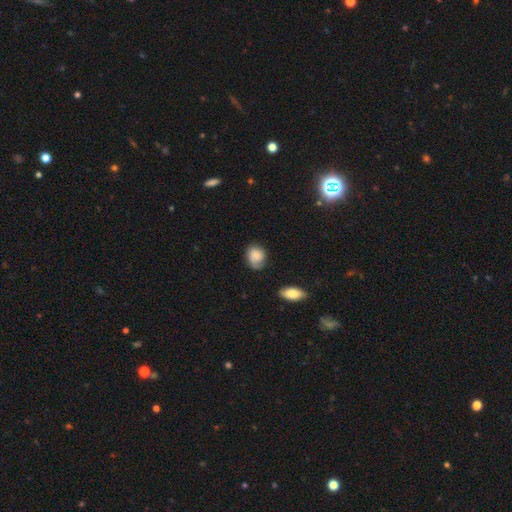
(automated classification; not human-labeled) Smooth or featured?
  - smooth: 74% *
  - featured or disk: 18%
  - star or artifact: 8%
How rounded?
  - in between: 53% *
  - round: 46%
  - cigar-shaped: 1%
Merging?
  - none: 58% *
  - minor disturbance: 30%
  - major disturbance: 10%
  - merger: 2%